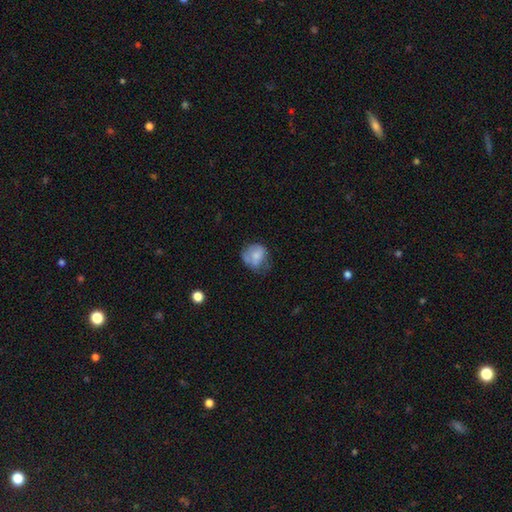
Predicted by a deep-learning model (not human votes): smooth 69%, featured or disk 23%, star or artifact 9%. Down the decision tree: how rounded — round (66%); merging — none (42%).